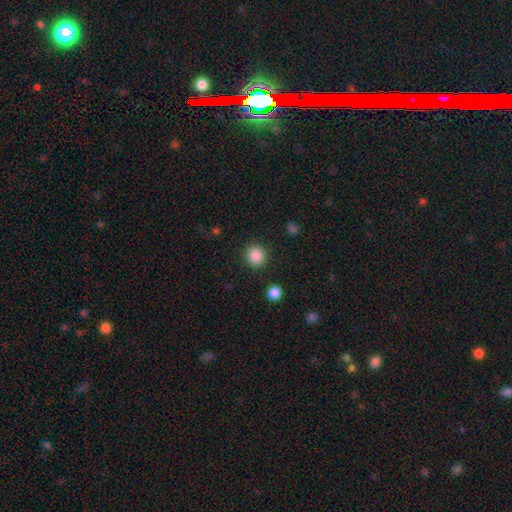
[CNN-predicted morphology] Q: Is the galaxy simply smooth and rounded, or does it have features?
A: smooth — 87%.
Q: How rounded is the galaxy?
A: round — 92%.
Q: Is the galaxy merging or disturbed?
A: none — 90%.